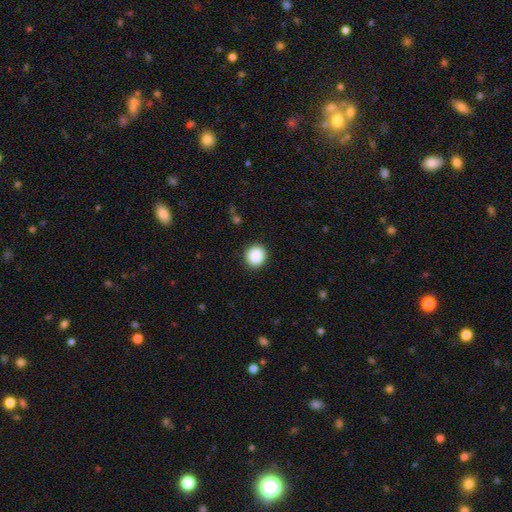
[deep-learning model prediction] Smooth or featured? smooth (88%)
How rounded? round (90%)
Merging? none (91%)